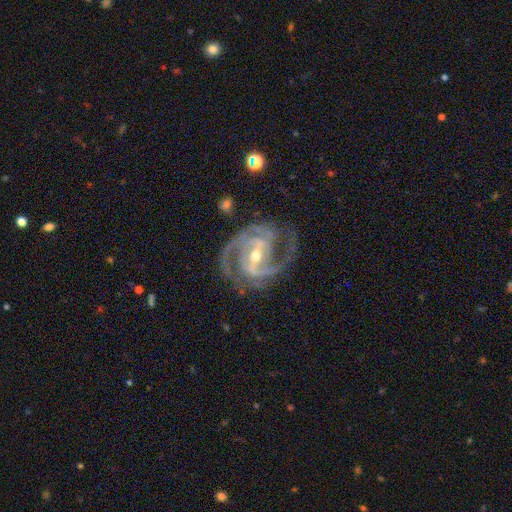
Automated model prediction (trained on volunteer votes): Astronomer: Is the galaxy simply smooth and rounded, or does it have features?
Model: featured or disk — 93%.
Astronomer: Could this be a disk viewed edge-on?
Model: no — 97%.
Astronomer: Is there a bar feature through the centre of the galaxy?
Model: strong — 55% (runner-up: weak, 33%).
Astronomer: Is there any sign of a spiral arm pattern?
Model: yes — 98%.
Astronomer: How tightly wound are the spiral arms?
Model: medium — 54% (runner-up: tight, 36%).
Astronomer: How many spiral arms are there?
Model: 2 — 58%.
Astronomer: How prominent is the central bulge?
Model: moderate — 50% (runner-up: small, 46%).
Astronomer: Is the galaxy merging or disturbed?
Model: none — 72%.